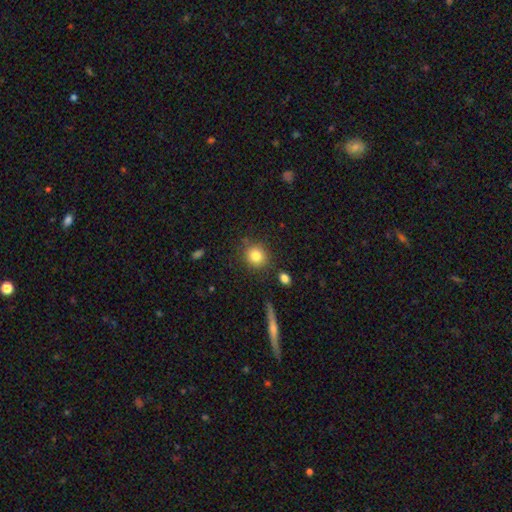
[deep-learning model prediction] The model was most divided on "smooth or featured": smooth: 82%, star or artifact: 10%, featured or disk: 7%. More confident: how rounded — round (87%); merging — none (83%).